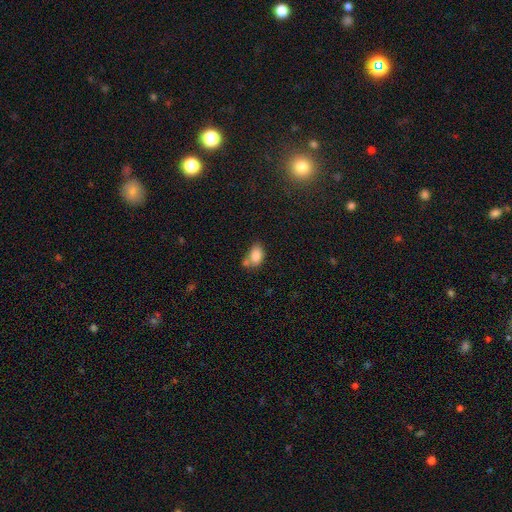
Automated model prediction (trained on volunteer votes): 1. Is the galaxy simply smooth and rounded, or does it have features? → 84% smooth, 8% star or artifact, 7% featured or disk.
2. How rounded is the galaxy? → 87% in between, 11% round, 1% cigar-shaped.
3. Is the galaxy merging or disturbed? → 48% none, 29% merger, 17% minor disturbance, 6% major disturbance.